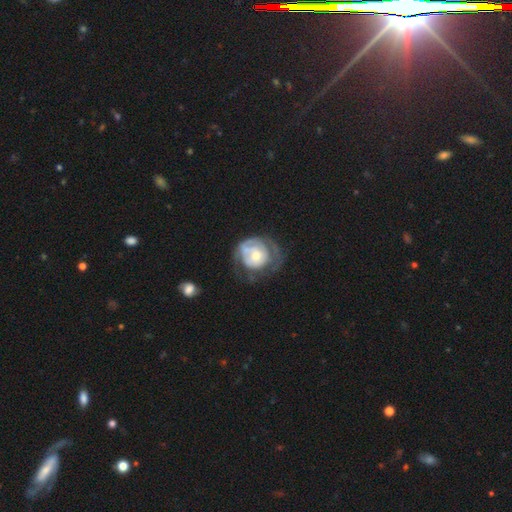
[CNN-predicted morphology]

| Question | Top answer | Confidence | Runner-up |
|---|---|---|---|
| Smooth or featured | featured or disk | 61% | smooth (33%) |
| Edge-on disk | no | 97% | yes (3%) |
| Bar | no | 80% | weak (16%) |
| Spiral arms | yes | 60% | no (40%) |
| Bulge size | moderate | 52% | small (34%) |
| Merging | none | 42% | major disturbance (30%) |